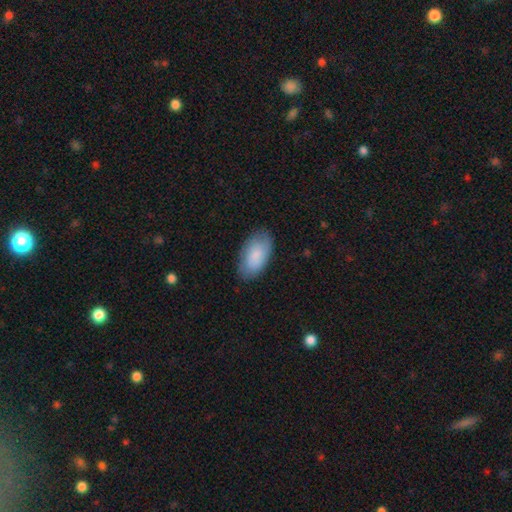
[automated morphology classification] This appears to be a smooth galaxy with no disk features (82%) that is in between round and cigar-shaped (95%). Merging: none (80%).